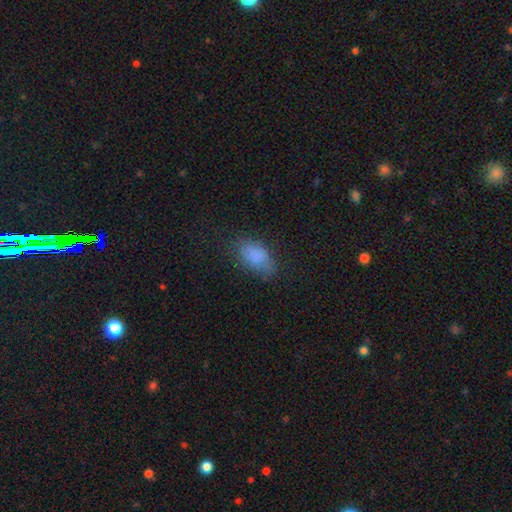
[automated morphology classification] This appears to be a smooth galaxy with no disk features (80%) that is in between round and cigar-shaped (91%). Merging: none (66%).